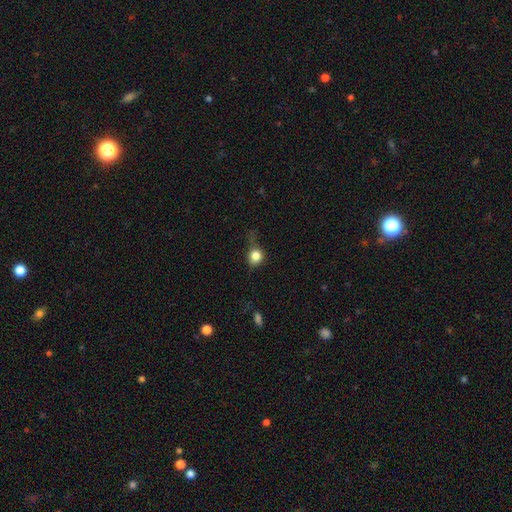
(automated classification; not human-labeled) This is likely a smooth galaxy (79%). How rounded: likely round (77%). Merging: marginally none (44%).